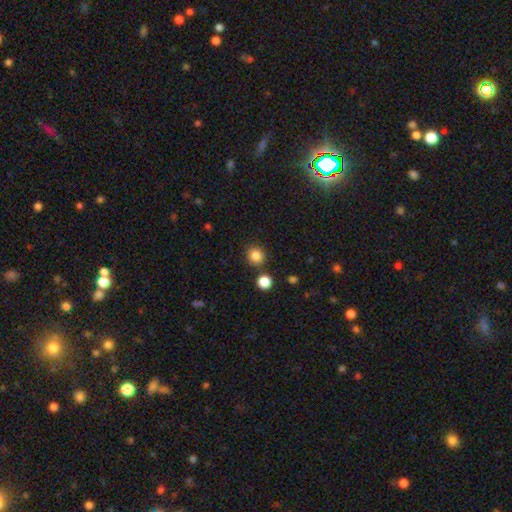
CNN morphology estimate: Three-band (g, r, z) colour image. It shows a smooth galaxy with no disk features (84%) that is round (85%). Merging: none (84%).